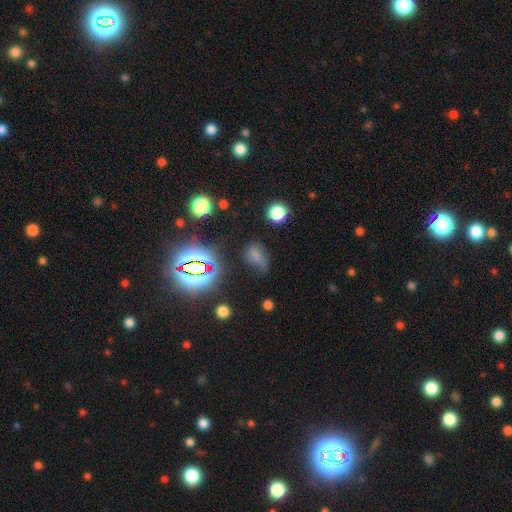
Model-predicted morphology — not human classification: Smooth or featured? smooth (58%)
How rounded? in between (77%)
Merging? none (43%)